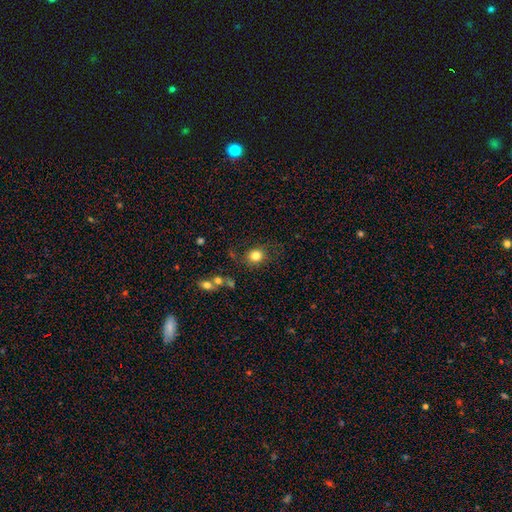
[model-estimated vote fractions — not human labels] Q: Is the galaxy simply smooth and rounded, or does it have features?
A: smooth — 81%.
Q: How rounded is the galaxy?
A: round — 77%.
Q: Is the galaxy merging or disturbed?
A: none — 75%.